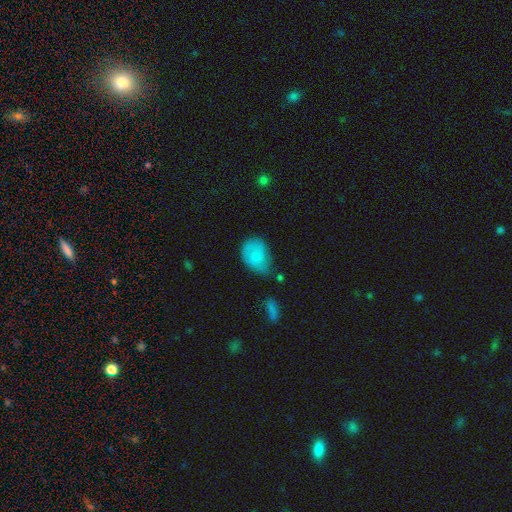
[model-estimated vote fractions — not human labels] smooth_or_featured: smooth (p=0.74) [alt: featured or disk p=0.19]
how_rounded: in between (p=0.65) [alt: round p=0.34]
merging: none (p=0.41) [alt: minor disturbance p=0.37]